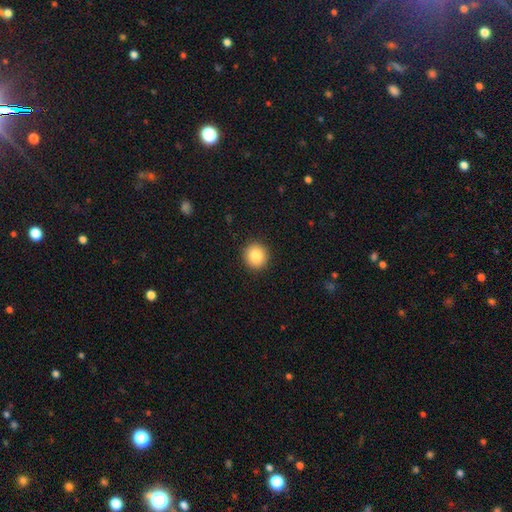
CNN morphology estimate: Smooth or featured?
  - smooth: 86% *
  - star or artifact: 9%
  - featured or disk: 6%
How rounded?
  - round: 91% *
  - in between: 8%
  - cigar-shaped: 1%
Merging?
  - none: 92% *
  - minor disturbance: 5%
  - major disturbance: 2%
  - merger: 1%